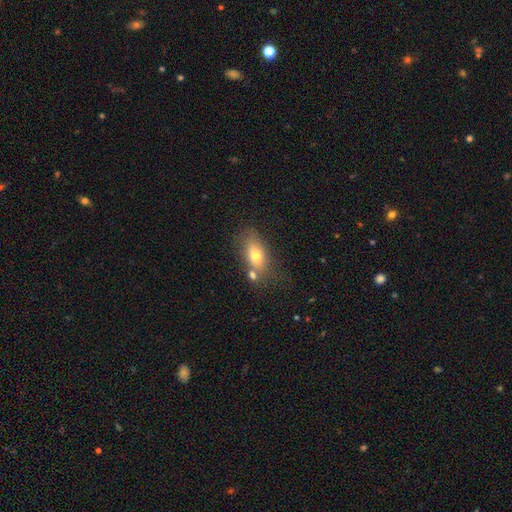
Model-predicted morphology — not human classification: type=smooth (71%); roundness=in between (82%); merging=none (56%).